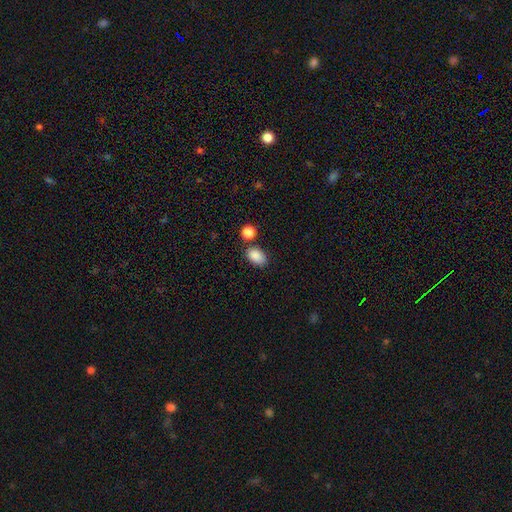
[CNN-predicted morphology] Overall: smooth (87%). How rounded: in between (85%). Merging: none (69%).